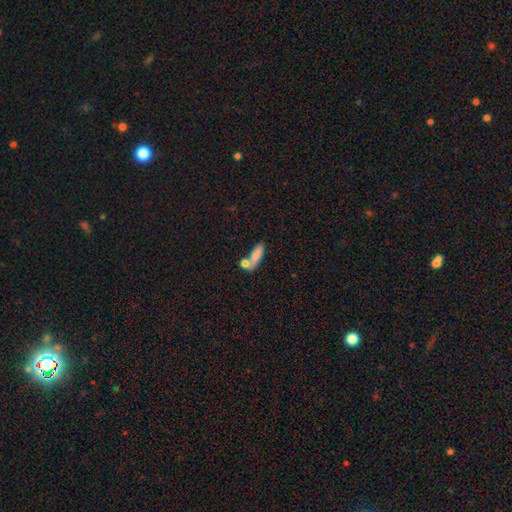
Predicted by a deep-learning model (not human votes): Smooth or featured? smooth (79%)
How rounded? in between (56%)
Merging? none (43%)